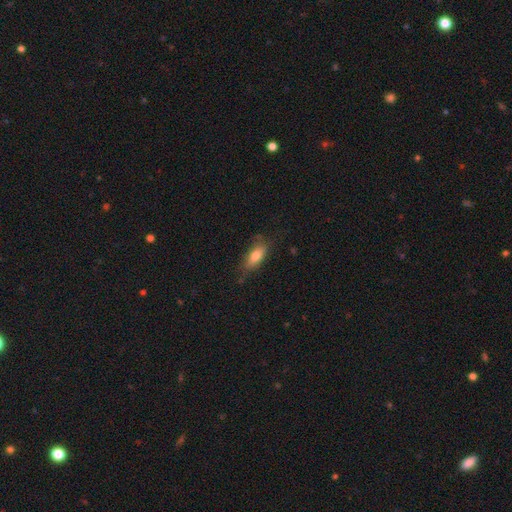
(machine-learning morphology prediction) This is likely a smooth galaxy (77%). How rounded: likely in between (76%). Merging: likely none (70%).